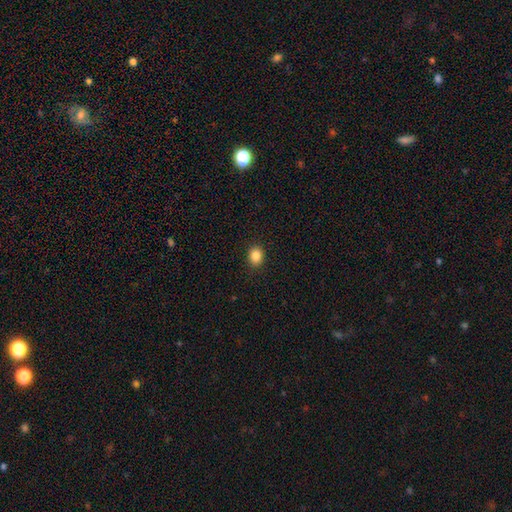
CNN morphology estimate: Overall: smooth (86%). How rounded: round (56%; in between 43%). Merging: none (90%).